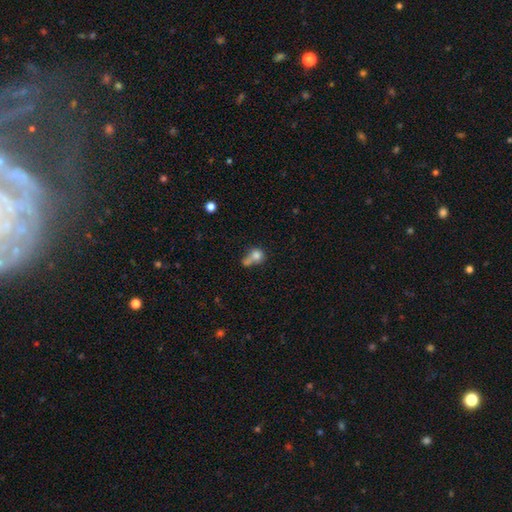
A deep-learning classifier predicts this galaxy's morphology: This appears to be a smooth galaxy with no disk features (75%) that is round (66%). Merging: merger (48%).